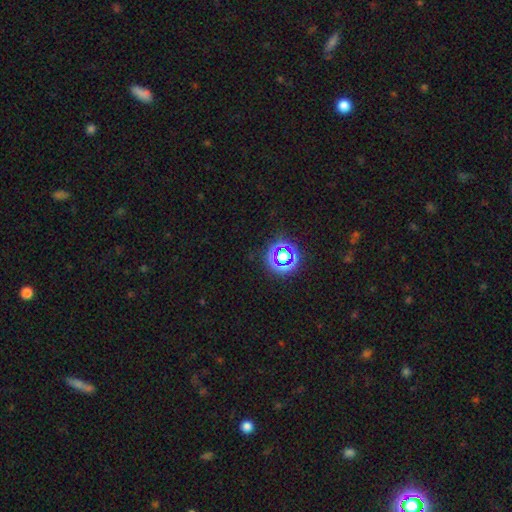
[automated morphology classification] A star or artifact, not a galaxy (71%).

Vote fractions:
- Smooth or featured? star or artifact: 71% / smooth: 21% / featured or disk: 8%